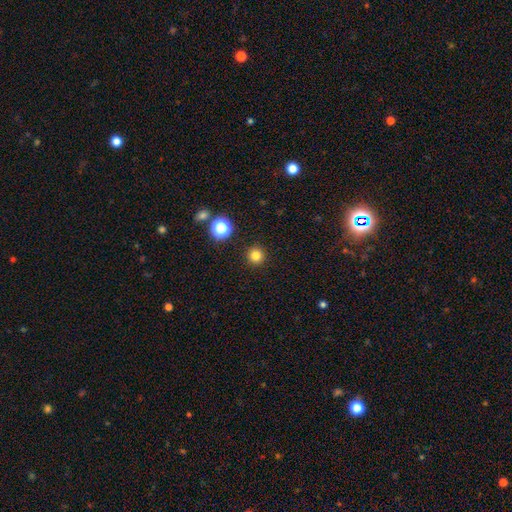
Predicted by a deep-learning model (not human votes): This appears to be a smooth galaxy with no disk features (80%) that is round (94%). Merging: none (92%).